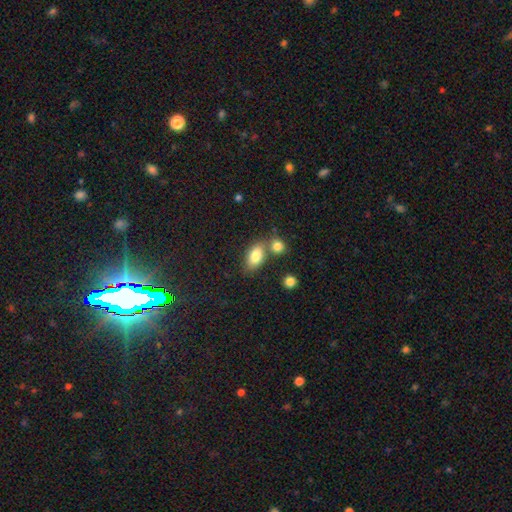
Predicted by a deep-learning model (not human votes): Smooth or featured?
  - smooth: 81% *
  - featured or disk: 10%
  - star or artifact: 9%
How rounded?
  - in between: 86% *
  - round: 10%
  - cigar-shaped: 3%
Merging?
  - none: 53% *
  - merger: 31%
  - minor disturbance: 12%
  - major disturbance: 4%